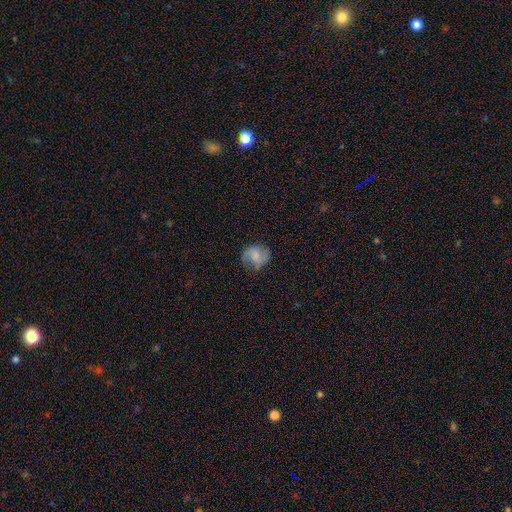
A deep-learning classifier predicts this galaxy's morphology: type=featured or disk (54%); edge-on=no (98%); bar=no (53%); spiral arms=yes (90%); bulge=small (40%); merging=none (71%).